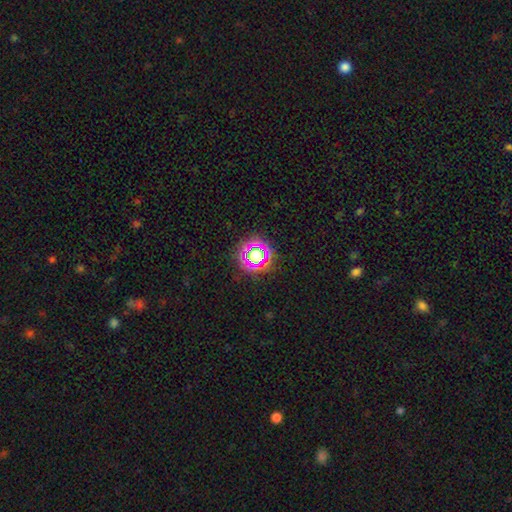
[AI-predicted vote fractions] Overall: star or artifact (56%; smooth 30%).